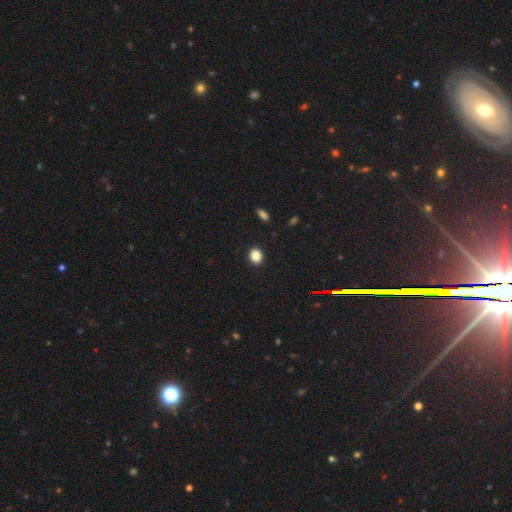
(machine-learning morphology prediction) Smooth or featured?
  - smooth: 86% *
  - star or artifact: 10%
  - featured or disk: 3%
How rounded?
  - round: 68% *
  - in between: 31%
  - cigar-shaped: 1%
Merging?
  - none: 91% *
  - minor disturbance: 6%
  - major disturbance: 2%
  - merger: 1%